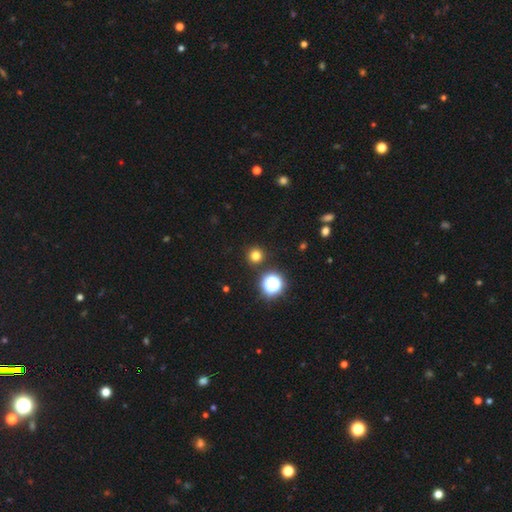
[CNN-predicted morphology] Q: Smooth or featured?
A: smooth (75%); runner-up: star or artifact (20%)
Q: How rounded?
A: round (95%); runner-up: in between (4%)
Q: Merging?
A: none (91%); runner-up: minor disturbance (5%)